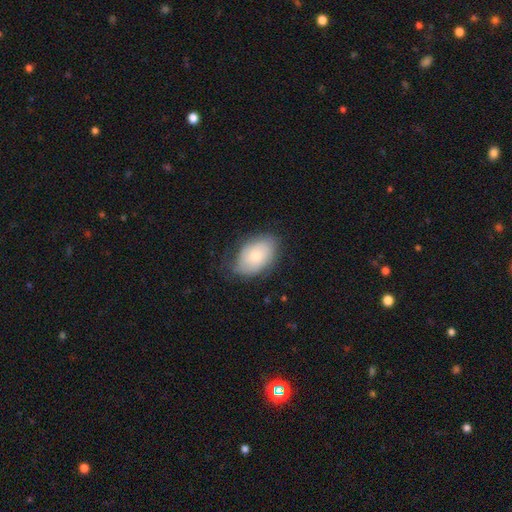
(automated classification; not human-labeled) Smooth or featured?
  - smooth: 67% *
  - featured or disk: 26%
  - star or artifact: 7%
How rounded?
  - in between: 88% *
  - round: 10%
  - cigar-shaped: 1%
Merging?
  - none: 66% *
  - minor disturbance: 26%
  - major disturbance: 7%
  - merger: 1%